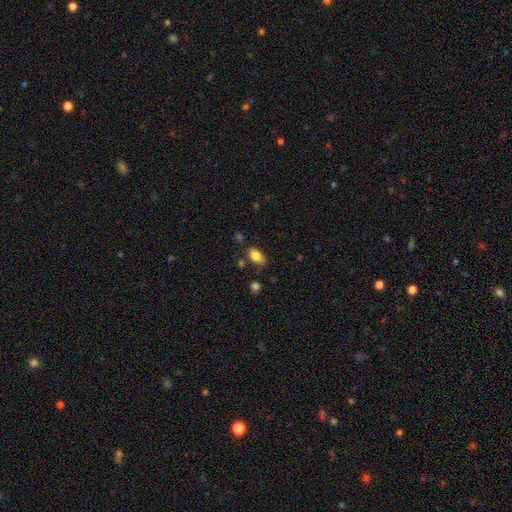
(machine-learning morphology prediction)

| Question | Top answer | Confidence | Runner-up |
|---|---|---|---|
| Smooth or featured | smooth | 84% | star or artifact (9%) |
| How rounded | in between | 89% | round (8%) |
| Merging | none | 75% | minor disturbance (17%) |